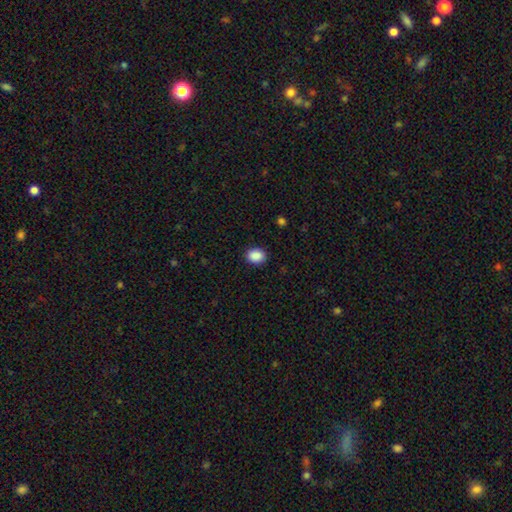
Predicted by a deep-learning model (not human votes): This is clearly a smooth galaxy (89%). How rounded: possibly in between (57%). Merging: clearly none (90%).